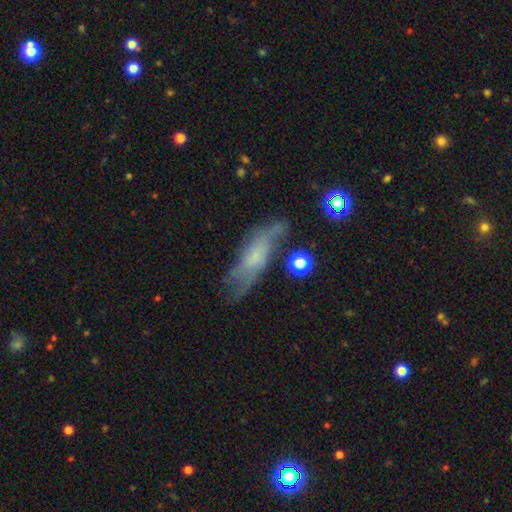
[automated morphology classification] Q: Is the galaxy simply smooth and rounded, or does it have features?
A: featured or disk — 60%.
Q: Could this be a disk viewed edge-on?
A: no — 74%.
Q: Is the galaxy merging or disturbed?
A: none — 60%.